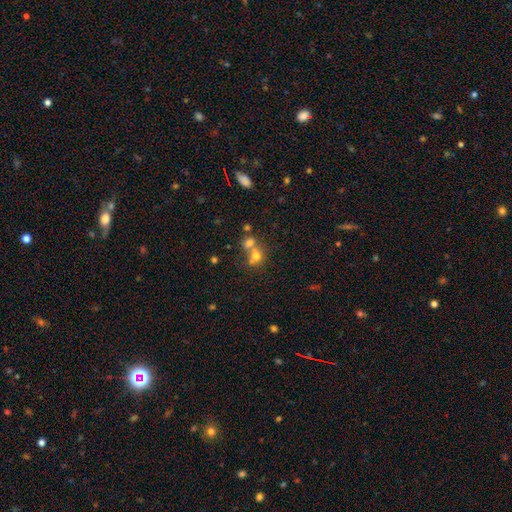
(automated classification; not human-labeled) smooth 65%, featured or disk 18%, star or artifact 17%. Down the decision tree: how rounded — round (69%); merging — merger (59%).